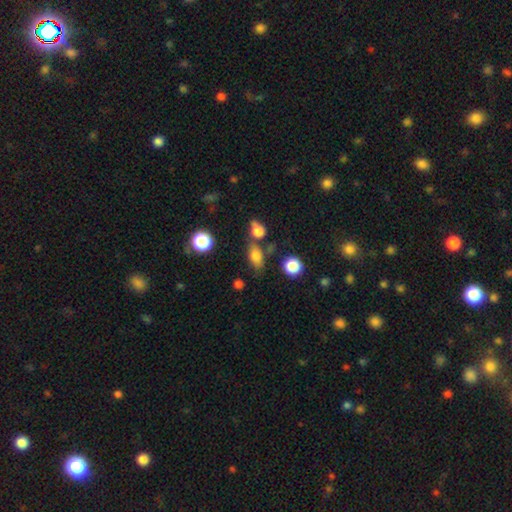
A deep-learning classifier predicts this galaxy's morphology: type=smooth (76%); roundness=in between (75%); merging=none (63%).